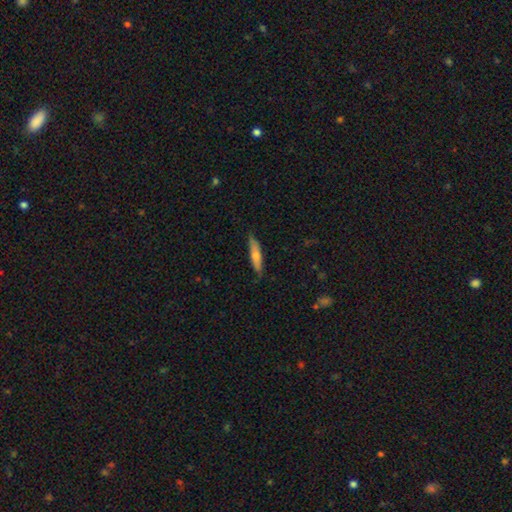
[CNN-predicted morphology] Smooth or featured? Predicted: smooth (p=0.56). How rounded? Predicted: cigar-shaped (p=0.85). Merging? Predicted: none (p=0.84).